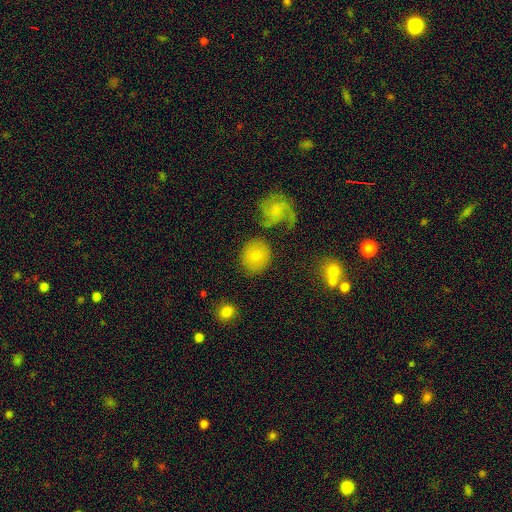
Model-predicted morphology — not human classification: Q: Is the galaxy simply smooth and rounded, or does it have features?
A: smooth — 70%.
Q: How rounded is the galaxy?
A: round — 78%.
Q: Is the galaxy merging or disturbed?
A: none — 78%.